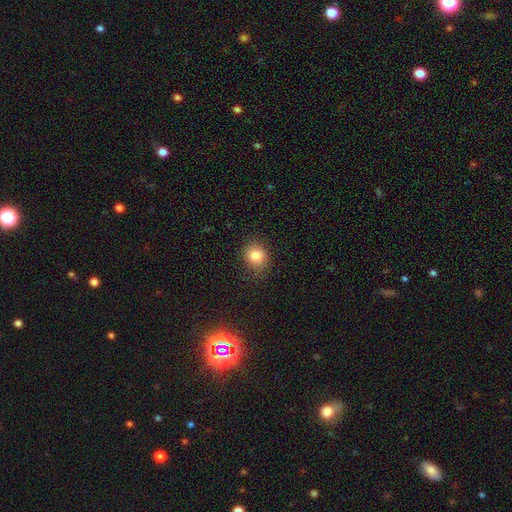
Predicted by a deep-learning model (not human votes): smooth_or_featured: smooth (p=0.84) [alt: star or artifact p=0.10]
how_rounded: round (p=0.63) [alt: in between p=0.36]
merging: none (p=0.76) [alt: minor disturbance p=0.17]